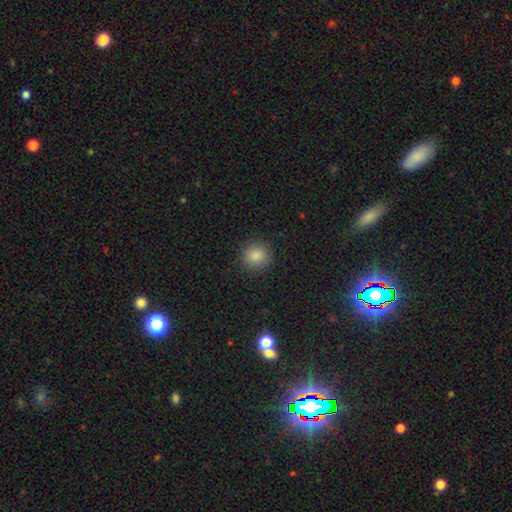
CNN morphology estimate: smooth_or_featured: smooth (p=0.86) [alt: star or artifact p=0.10]
how_rounded: round (p=0.90) [alt: in between p=0.09]
merging: none (p=0.91) [alt: minor disturbance p=0.06]